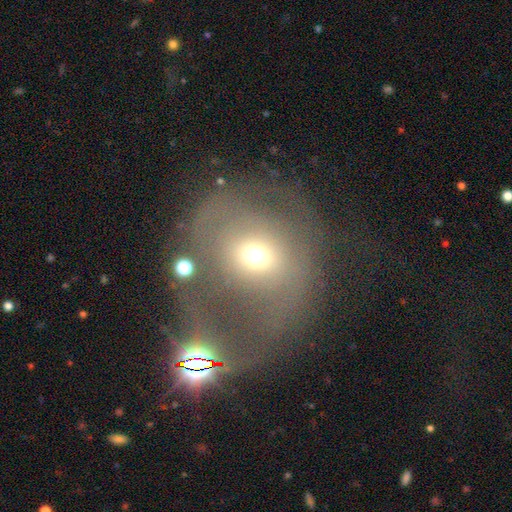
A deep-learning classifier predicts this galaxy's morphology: Smooth or featured: smooth — 49% (featured or disk — 36%)
Merging: none — 34% (major disturbance — 32%)